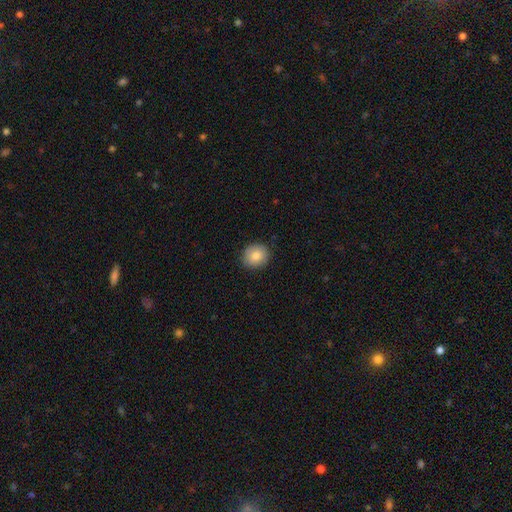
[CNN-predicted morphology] Smooth or featured: smooth — 84% (featured or disk — 8%)
How rounded: round — 81% (in between — 18%)
Merging: none — 88% (minor disturbance — 9%)